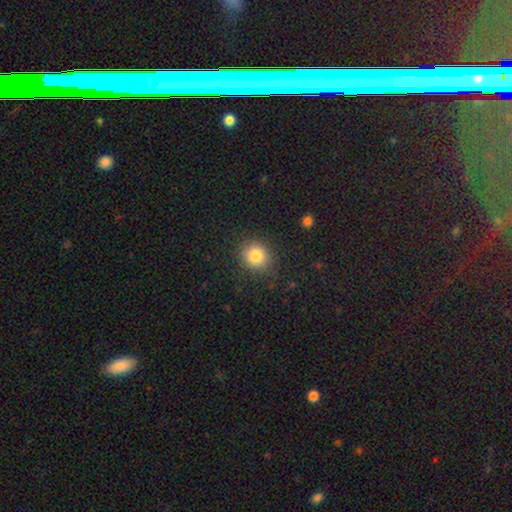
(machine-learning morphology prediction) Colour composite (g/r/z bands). It shows a smooth galaxy with no disk features (82%) that is round (79%). Merging: none (85%).